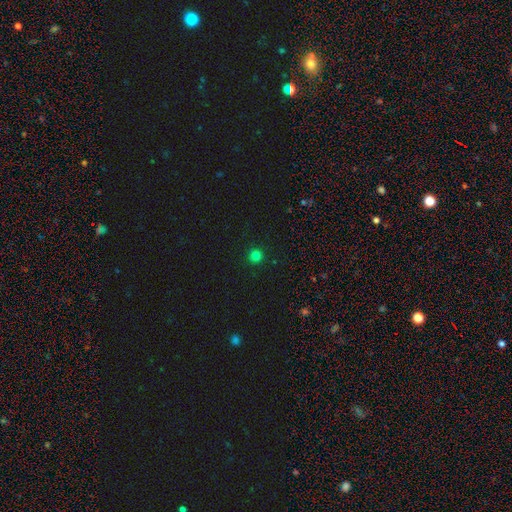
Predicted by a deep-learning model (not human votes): Morphology: type=smooth (80%); roundness=round (96%); merging=none (93%).